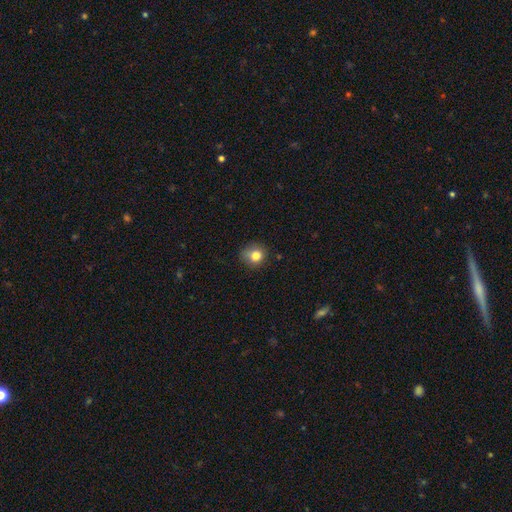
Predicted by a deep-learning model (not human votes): A smooth galaxy with no disk features (81%) that is round (79%). Merging: none (72%).